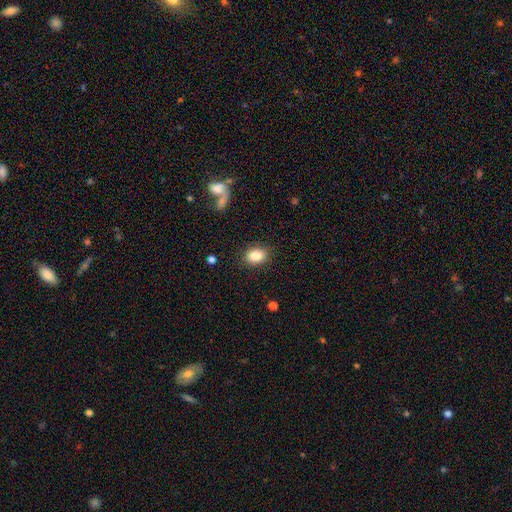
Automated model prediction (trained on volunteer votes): smooth 85%, star or artifact 8%, featured or disk 6%. Down the decision tree: how rounded — in between (74%); merging — none (85%).